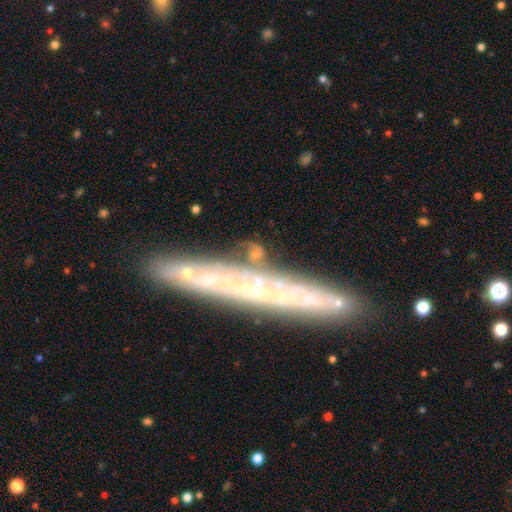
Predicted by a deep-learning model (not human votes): The model was most divided on "smooth or featured": featured or disk: 49%, smooth: 35%, star or artifact: 16%. More confident: merging — none (67%).